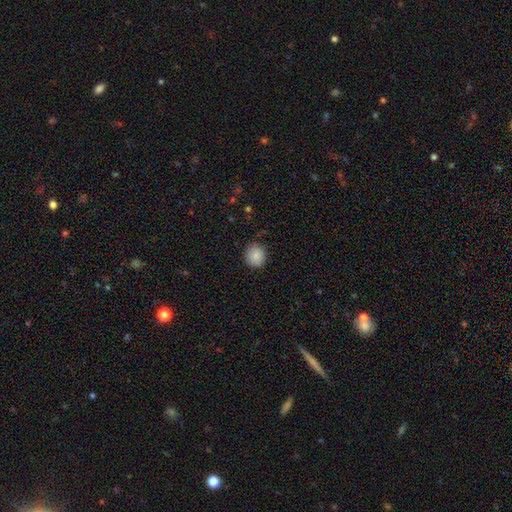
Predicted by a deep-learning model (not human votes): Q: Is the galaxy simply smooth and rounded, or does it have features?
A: smooth — 88%.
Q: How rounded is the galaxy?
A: round — 83%.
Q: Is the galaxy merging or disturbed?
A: none — 82%.